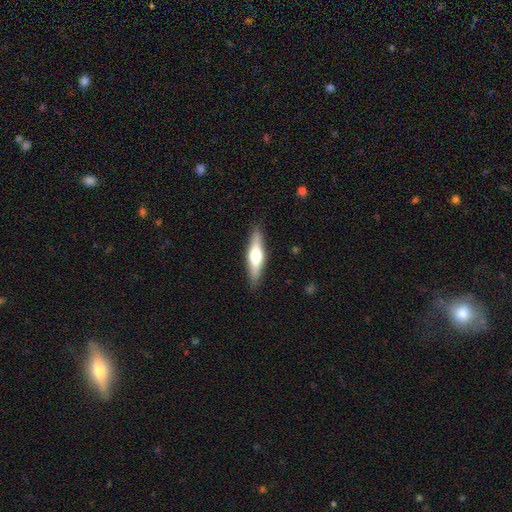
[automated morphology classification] The model was most divided on "smooth or featured": featured or disk: 48%, smooth: 47%, star or artifact: 5%. More confident: merging — none (89%).